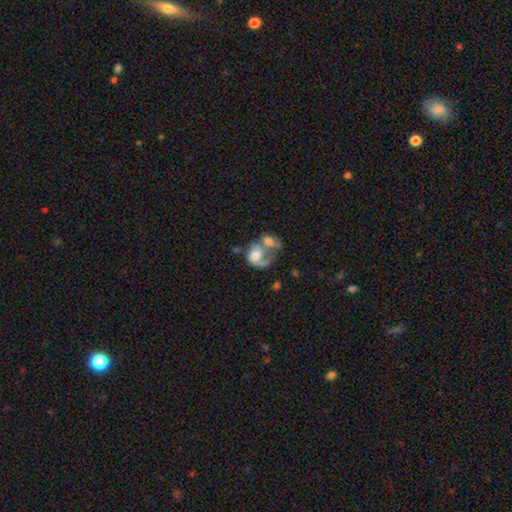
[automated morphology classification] Smooth or featured? Predicted: featured or disk (p=0.53). Edge-on disk? Predicted: no (p=0.97). Bar? Predicted: no (p=0.75). Spiral arms? Predicted: yes (p=0.66). Bulge size? Predicted: moderate (p=0.53). Merging? Predicted: merger (p=0.62).